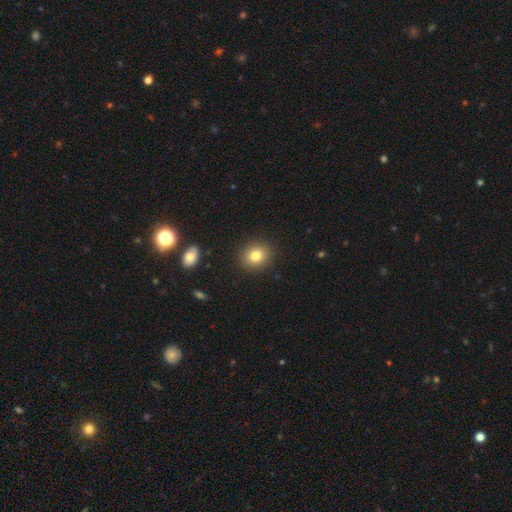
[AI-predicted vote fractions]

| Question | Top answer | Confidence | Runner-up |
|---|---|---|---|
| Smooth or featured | smooth | 81% | star or artifact (11%) |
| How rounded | round | 69% | in between (30%) |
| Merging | none | 90% | minor disturbance (7%) |